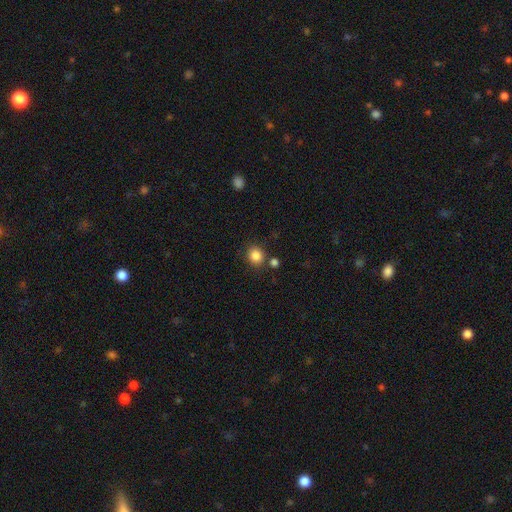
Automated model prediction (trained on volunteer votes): The model was most divided on "how rounded": round: 81%, in between: 18%, cigar-shaped: 1%. More confident: smooth or featured — smooth (85%); merging — none (79%).